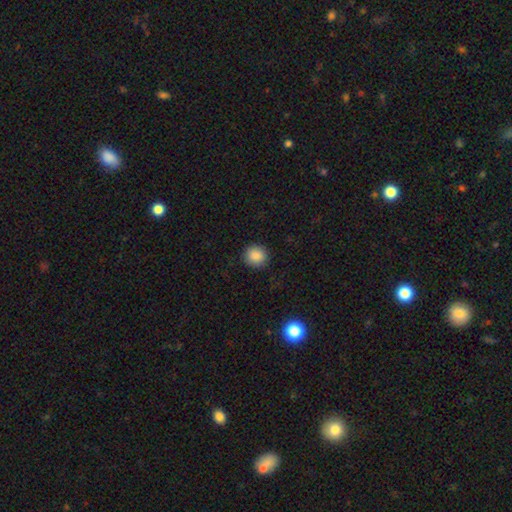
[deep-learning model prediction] Smooth or featured: smooth — 88% (star or artifact — 9%)
How rounded: round — 92% (in between — 7%)
Merging: none — 91% (minor disturbance — 6%)